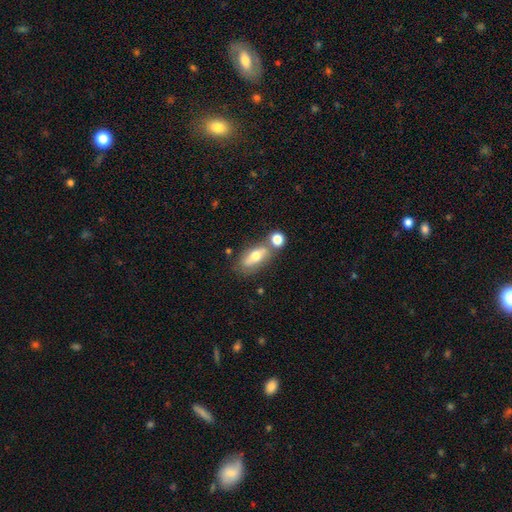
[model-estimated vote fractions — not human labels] A smooth galaxy with no disk features (57%) that is in between round and cigar-shaped (77%). Merging: none (57%).